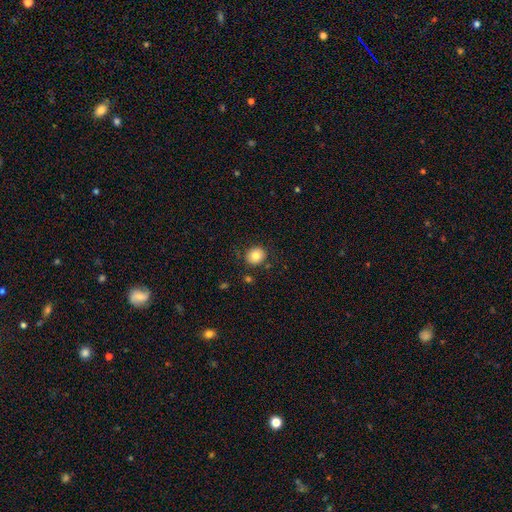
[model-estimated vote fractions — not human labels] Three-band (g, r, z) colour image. It shows a smooth galaxy with no disk features (81%) that is round (83%). Merging: none (85%).